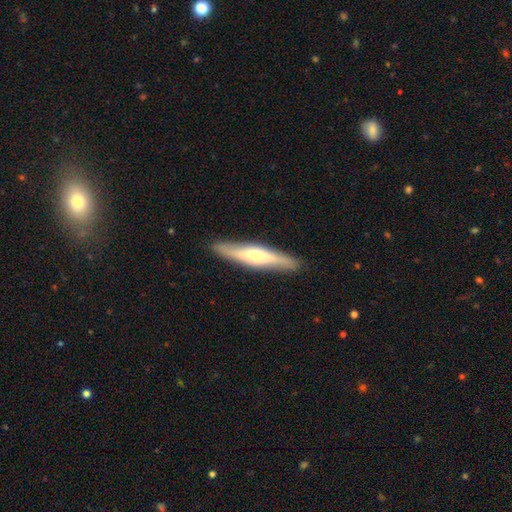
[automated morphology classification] The model was most divided on "smooth or featured": featured or disk: 58%, smooth: 37%, star or artifact: 5%. More confident: merging — none (88%); edge-on disk — yes (79%).